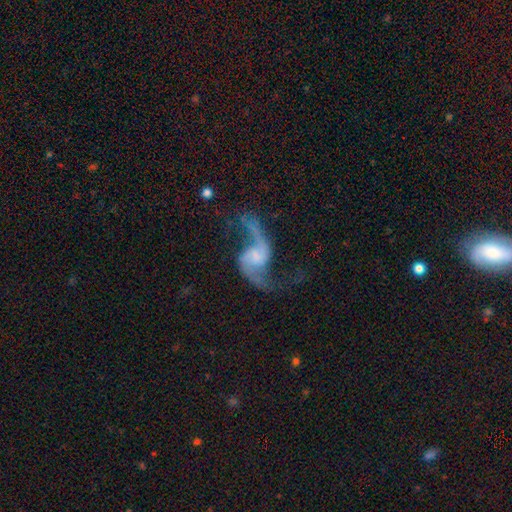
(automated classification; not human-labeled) The model was most divided on "bulge size": small: 35%, none: 31%, moderate: 23%, large: 9%, dominant: 2%. Remaining: edge-on disk — no (97%); spiral arms — yes (97%); spiral arm count — 2 (93%); smooth or featured — featured or disk (90%); spiral winding — loose (84%); merging — none (65%); bar — no (49%).